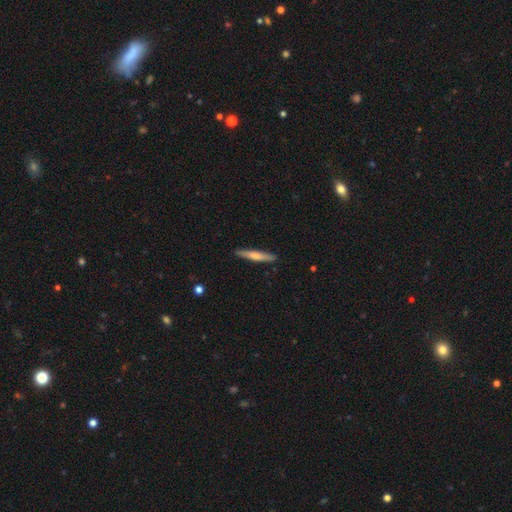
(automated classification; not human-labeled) A smooth galaxy with no disk features (57%) that is cigar-shaped (93%).

Vote fractions:
- Smooth or featured? smooth: 57% / featured or disk: 38% / star or artifact: 5%
- How rounded? cigar-shaped: 93% / in between: 5% / round: 1%
- Merging? none: 90% / minor disturbance: 7% / major disturbance: 1% / merger: 1%